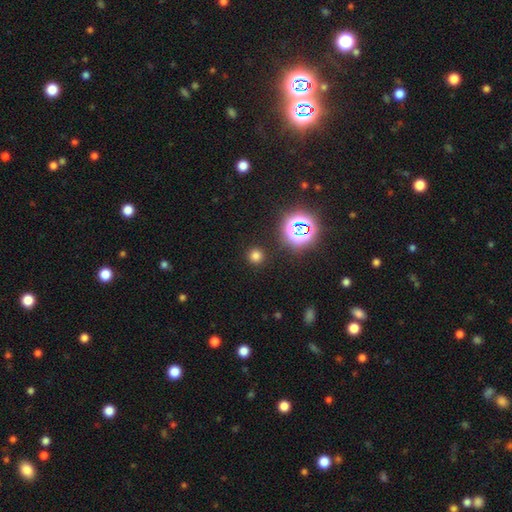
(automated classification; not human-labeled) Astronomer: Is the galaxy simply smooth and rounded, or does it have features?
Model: smooth — 71%.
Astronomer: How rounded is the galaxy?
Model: round — 93%.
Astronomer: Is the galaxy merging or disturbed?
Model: none — 90%.